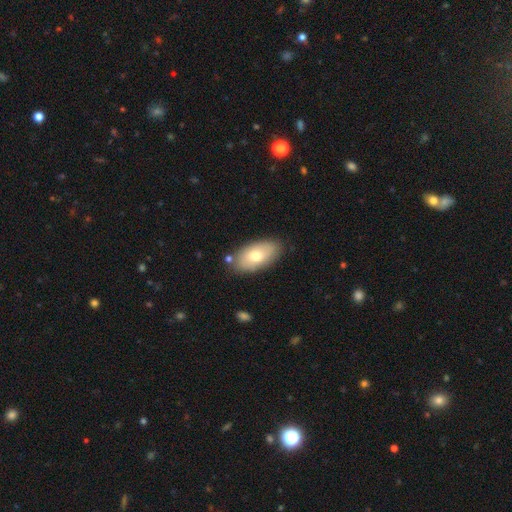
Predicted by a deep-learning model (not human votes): Smooth or featured? Predicted: smooth (p=0.70). How rounded? Predicted: in between (p=0.93). Merging? Predicted: none (p=0.80).